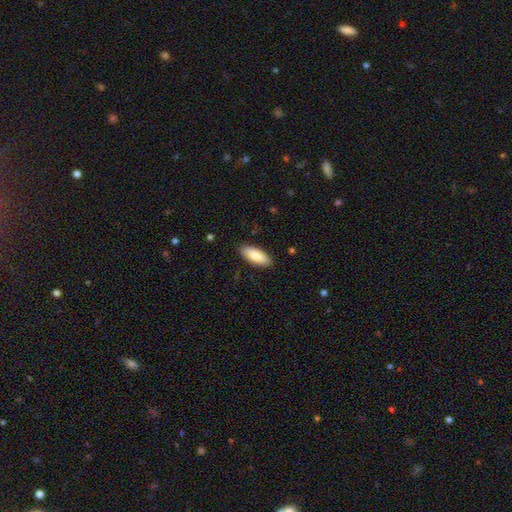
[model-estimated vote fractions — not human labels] A smooth galaxy with no disk features (85%) that is in between round and cigar-shaped (79%). Merging: none (88%).